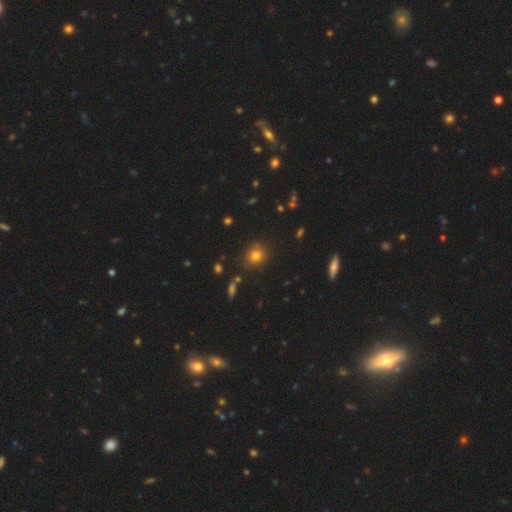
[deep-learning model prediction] smooth 76%, star or artifact 17%, featured or disk 7%. Down the decision tree: how rounded — round (84%); merging — none (83%).